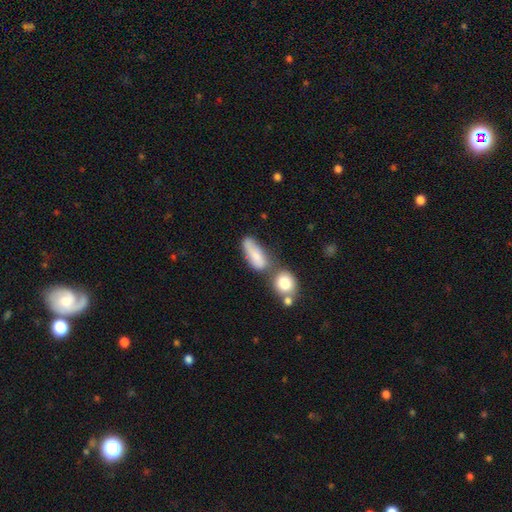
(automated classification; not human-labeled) Smooth or featured: smooth — 74% (featured or disk — 17%)
How rounded: in between — 71% (cigar-shaped — 22%)
Merging: none — 34% (merger — 33%)